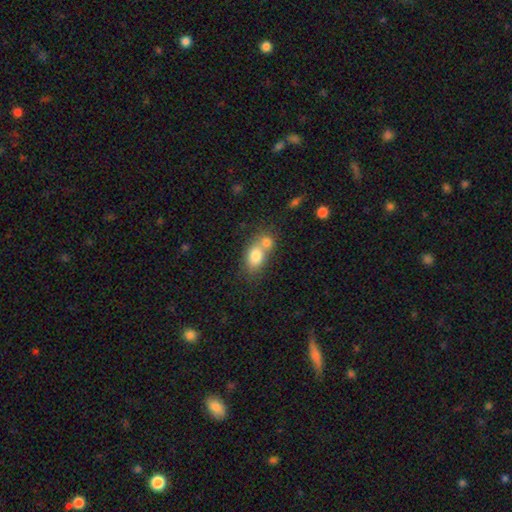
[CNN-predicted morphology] Overall: smooth (77%). How rounded: in between (74%). Merging: merger (57%; none 30%).